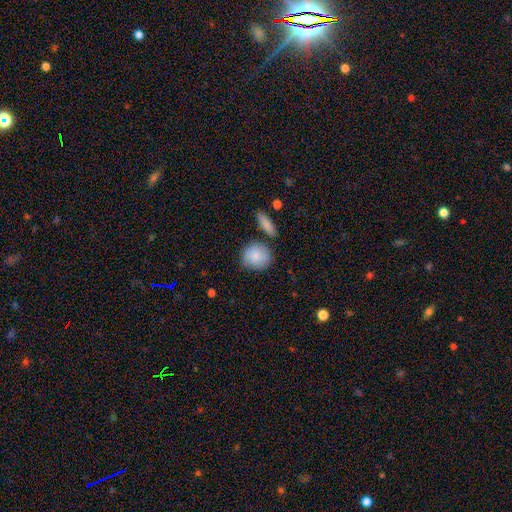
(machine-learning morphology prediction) This appears to be a smooth galaxy with no disk features (86%) that is round (79%). Merging: none (74%).